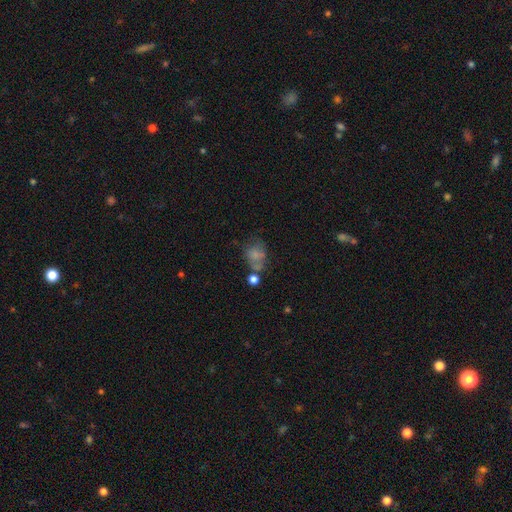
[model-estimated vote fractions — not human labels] Smooth or featured? Predicted: smooth (p=0.63). How rounded? Predicted: in between (p=0.64). Merging? Predicted: none (p=0.33).